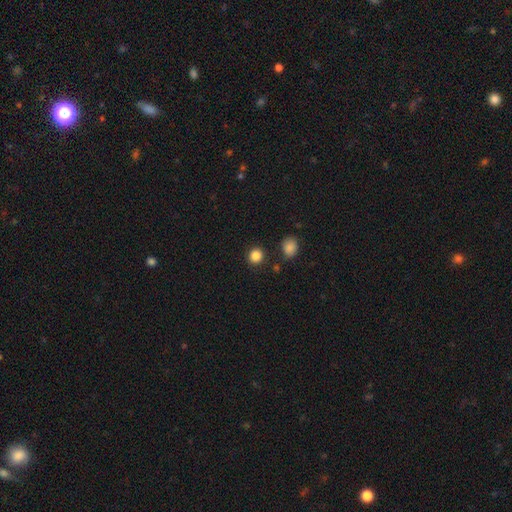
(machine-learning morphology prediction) This appears to be a smooth galaxy with no disk features (86%) that is round (90%). Merging: none (88%).